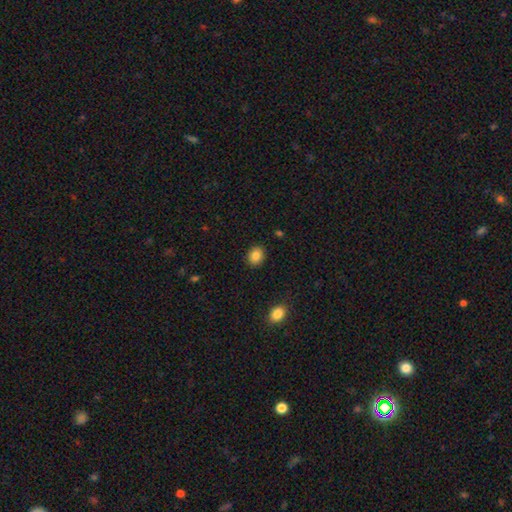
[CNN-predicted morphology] This appears to be a smooth galaxy with no disk features (85%) that is round (59%). Merging: none (90%).